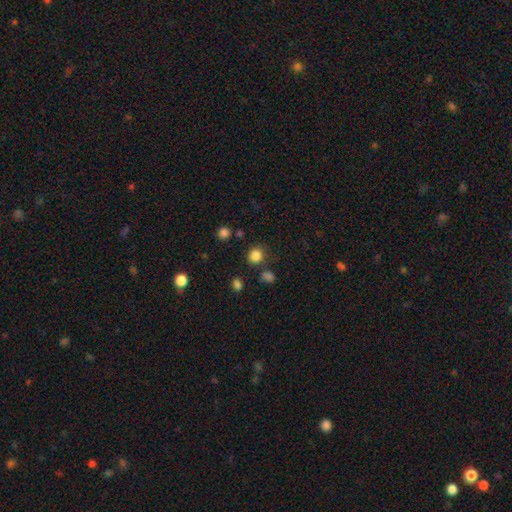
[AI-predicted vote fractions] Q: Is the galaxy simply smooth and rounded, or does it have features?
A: smooth — 83%.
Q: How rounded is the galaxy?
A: round — 86%.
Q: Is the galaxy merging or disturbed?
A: none — 81%.